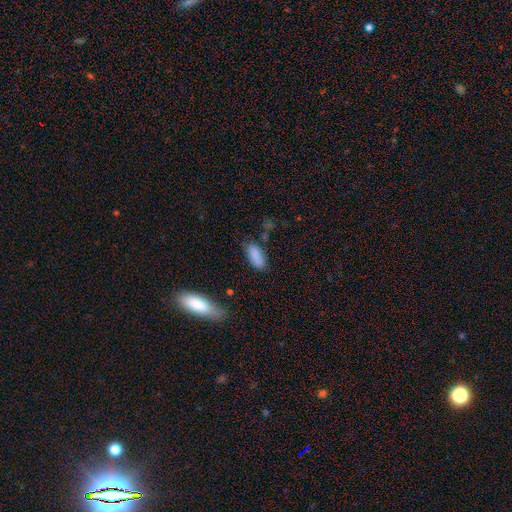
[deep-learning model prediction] Smooth or featured: smooth — 85% (star or artifact — 8%)
How rounded: in between — 83% (cigar-shaped — 15%)
Merging: none — 68% (minor disturbance — 22%)